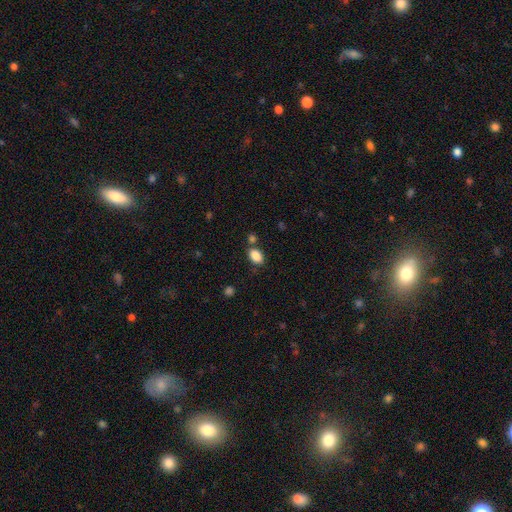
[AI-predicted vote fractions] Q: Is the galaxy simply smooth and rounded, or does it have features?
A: smooth — 87%.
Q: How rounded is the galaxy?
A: in between — 86%.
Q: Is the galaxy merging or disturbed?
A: none — 72%.